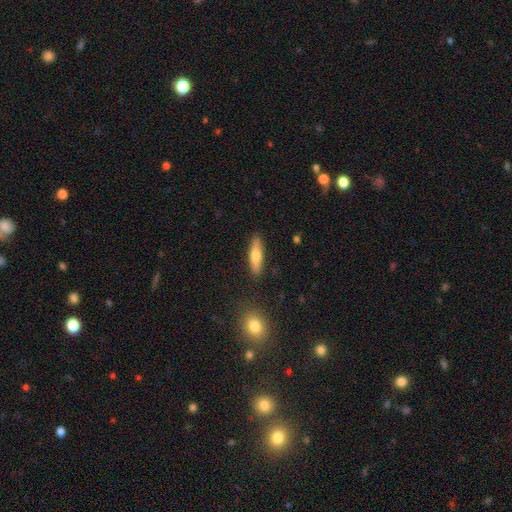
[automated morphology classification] type=smooth (67%); roundness=cigar-shaped (68%); merging=none (88%).